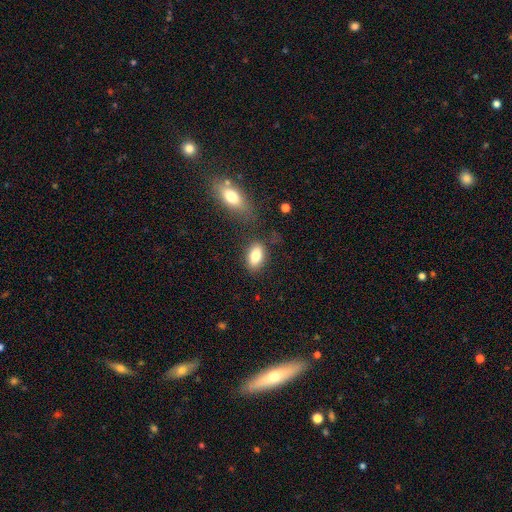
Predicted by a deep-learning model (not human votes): A smooth galaxy with no disk features (81%) that is in between round and cigar-shaped (89%). Merging: none (77%).